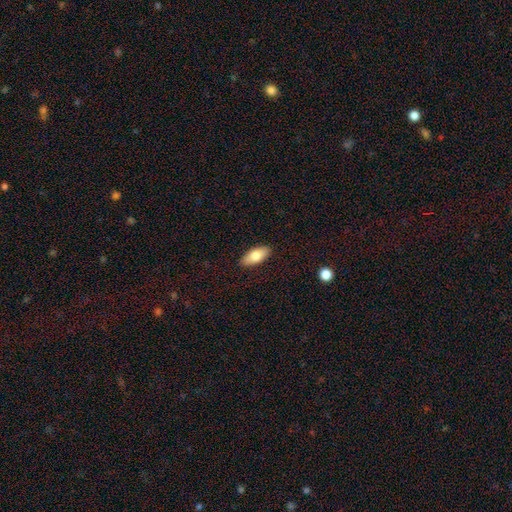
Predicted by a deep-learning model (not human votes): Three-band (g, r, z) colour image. It shows a smooth galaxy with no disk features (79%) that is in between round and cigar-shaped (88%). Merging: none (89%).